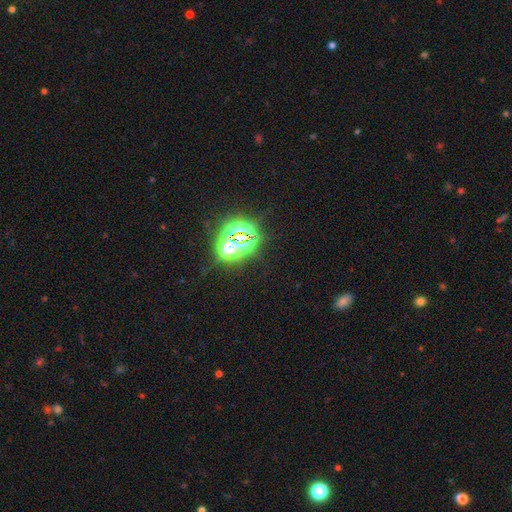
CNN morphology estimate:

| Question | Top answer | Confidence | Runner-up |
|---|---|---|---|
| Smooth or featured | star or artifact | 73% | smooth (18%) |